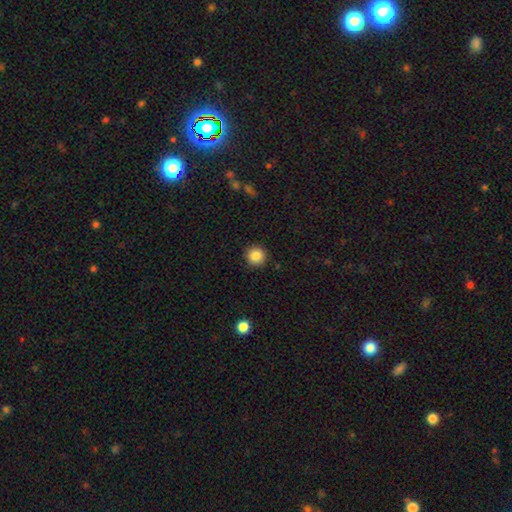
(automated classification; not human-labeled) Overall: smooth (86%). How rounded: round (94%). Merging: none (91%).